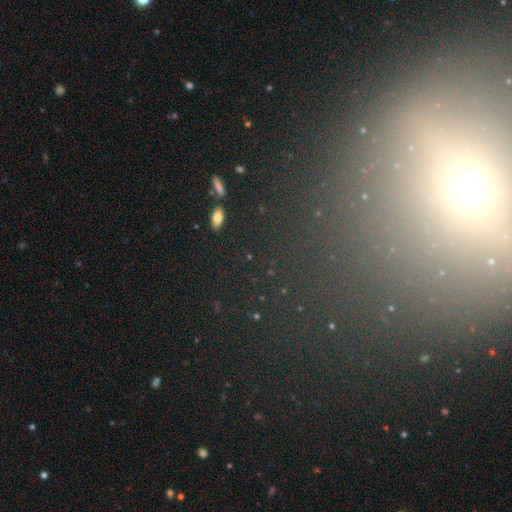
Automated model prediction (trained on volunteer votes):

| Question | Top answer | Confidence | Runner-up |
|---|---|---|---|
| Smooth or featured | star or artifact | 49% | smooth (34%) |